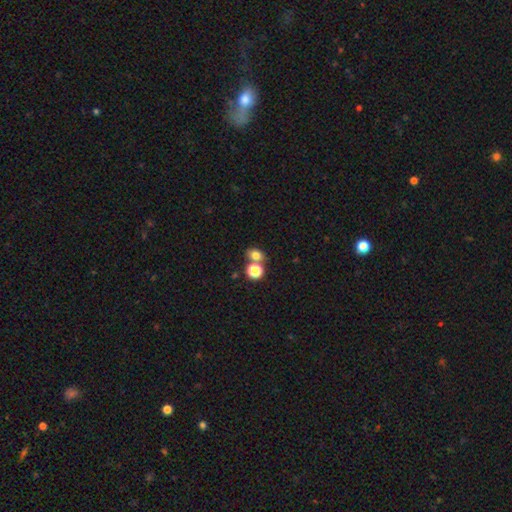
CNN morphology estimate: smooth 75%, star or artifact 16%, featured or disk 9%. Down the decision tree: how rounded — round (52%); merging — none (56%).